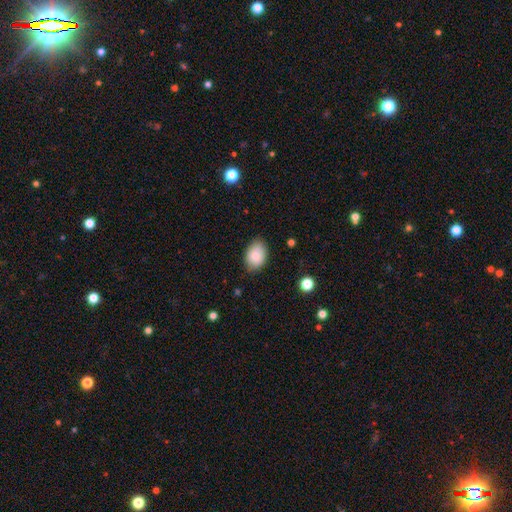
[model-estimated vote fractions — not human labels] Q: Smooth or featured?
A: smooth (84%); runner-up: featured or disk (8%)
Q: How rounded?
A: in between (84%); runner-up: round (15%)
Q: Merging?
A: none (81%); runner-up: minor disturbance (15%)